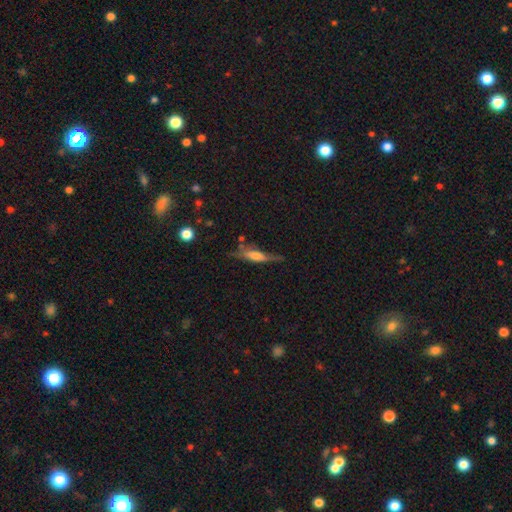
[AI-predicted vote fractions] The model was most divided on "smooth or featured": featured or disk: 47%, smooth: 45%, star or artifact: 8%. More confident: merging — none (52%).